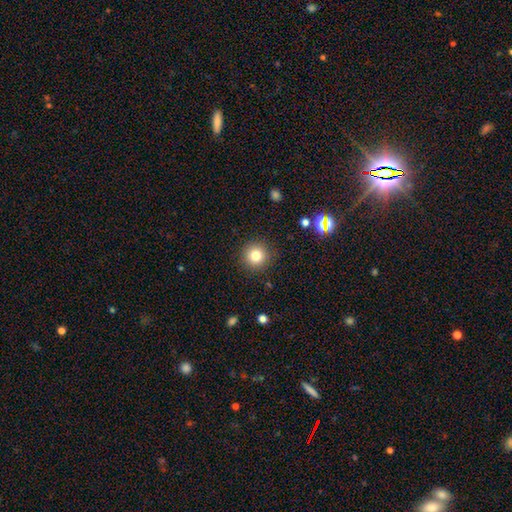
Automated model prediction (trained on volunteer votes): A smooth galaxy with no disk features (79%) that is round (94%).

Vote fractions:
- Smooth or featured? smooth: 79% / star or artifact: 13% / featured or disk: 8%
- How rounded? round: 94% / in between: 5% / cigar-shaped: 1%
- Merging? none: 89% / minor disturbance: 7% / major disturbance: 3% / merger: 1%